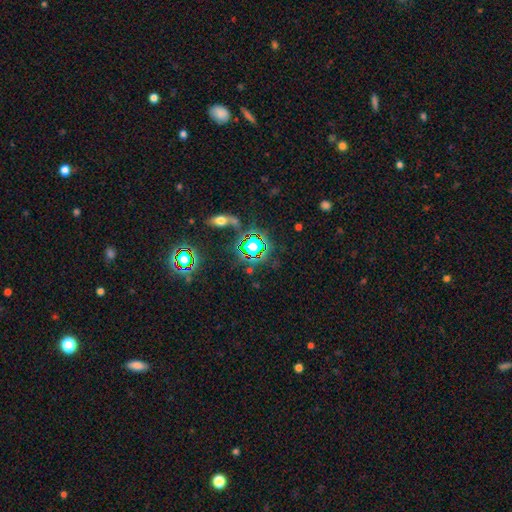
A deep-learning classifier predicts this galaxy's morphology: smooth-or-featured: star or artifact: 71% | smooth: 17% | featured or disk: 12%